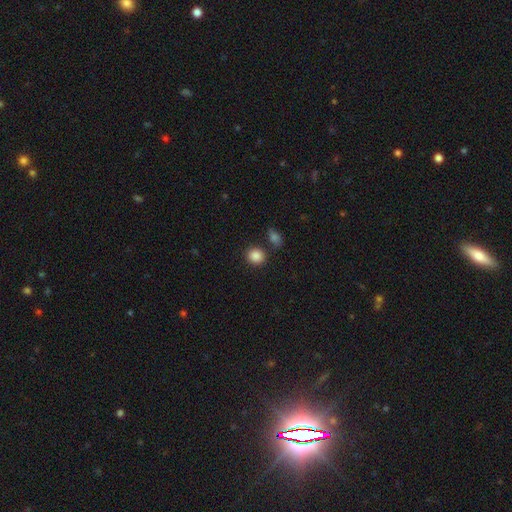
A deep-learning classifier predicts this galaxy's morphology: Smooth or featured: smooth — 87% (star or artifact — 9%)
How rounded: round — 78% (in between — 21%)
Merging: none — 79% (minor disturbance — 9%)